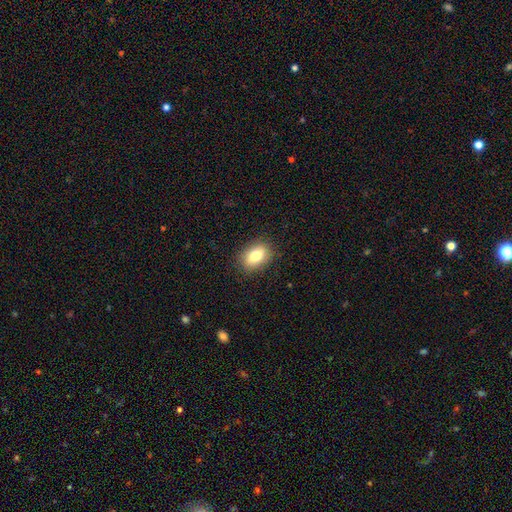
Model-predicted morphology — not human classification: This appears to be a smooth galaxy with no disk features (80%) that is in between round and cigar-shaped (82%). Merging: none (87%).